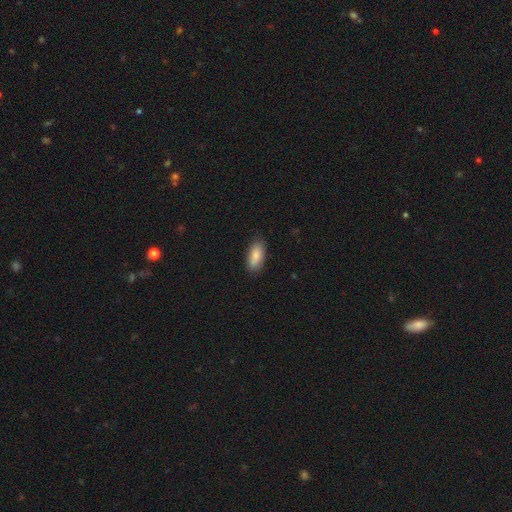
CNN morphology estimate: Smooth or featured? smooth (86%)
How rounded? in between (88%)
Merging? none (82%)